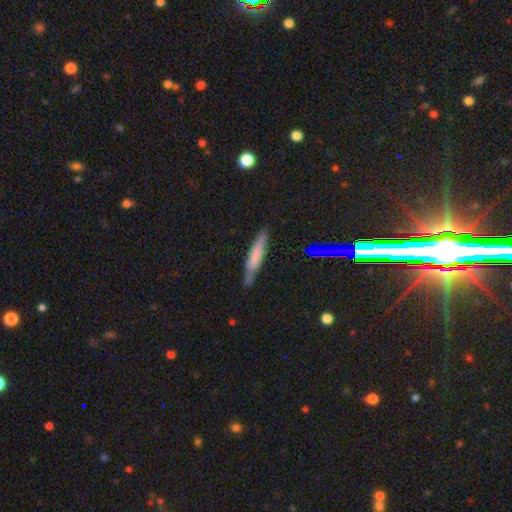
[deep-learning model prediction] Smooth or featured: smooth — 63% (featured or disk — 27%)
How rounded: cigar-shaped — 89% (in between — 10%)
Merging: none — 76% (minor disturbance — 18%)